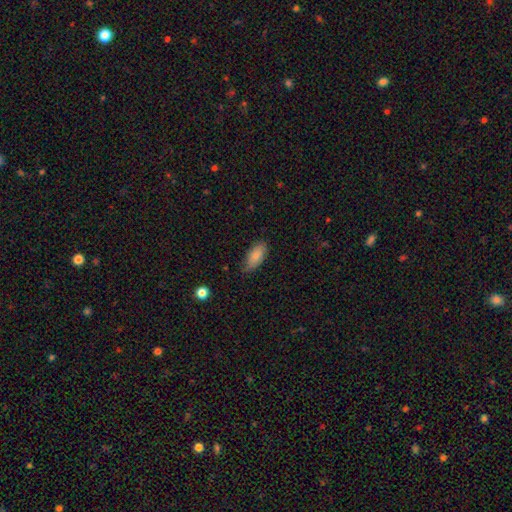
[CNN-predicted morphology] Overall: smooth (83%). How rounded: in between (89%). Merging: none (68%).